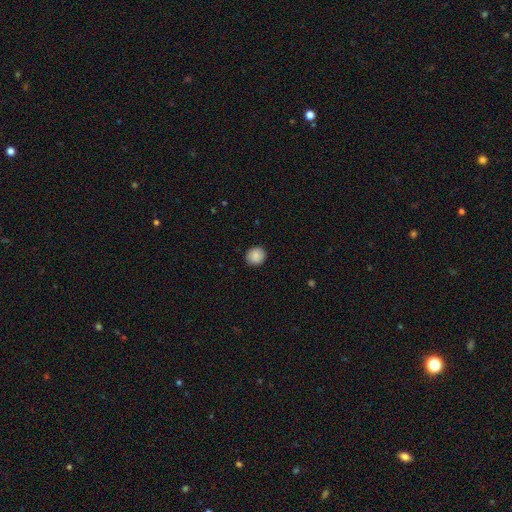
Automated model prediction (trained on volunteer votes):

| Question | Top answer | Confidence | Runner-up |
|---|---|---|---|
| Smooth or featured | smooth | 87% | star or artifact (8%) |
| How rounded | round | 89% | in between (10%) |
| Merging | none | 91% | minor disturbance (6%) |